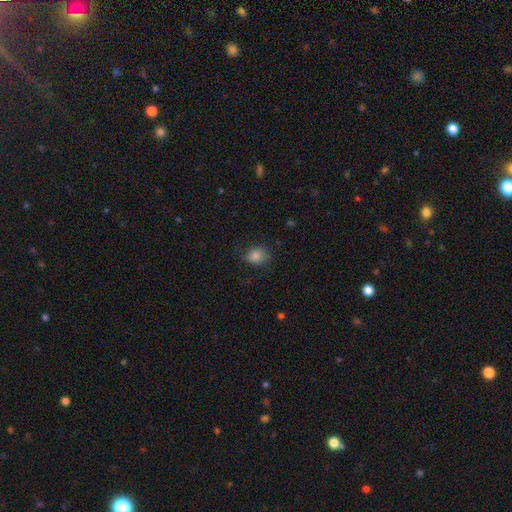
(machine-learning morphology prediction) Smooth or featured: smooth — 83% (star or artifact — 11%)
How rounded: in between — 54% (round — 45%)
Merging: none — 76% (minor disturbance — 19%)